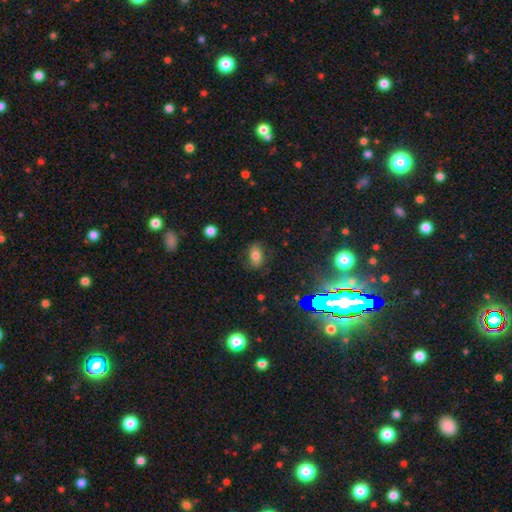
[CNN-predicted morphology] smooth_or_featured: smooth (p=0.69) [alt: star or artifact p=0.16]
how_rounded: in between (p=0.83) [alt: round p=0.13]
merging: none (p=0.77) [alt: minor disturbance p=0.16]